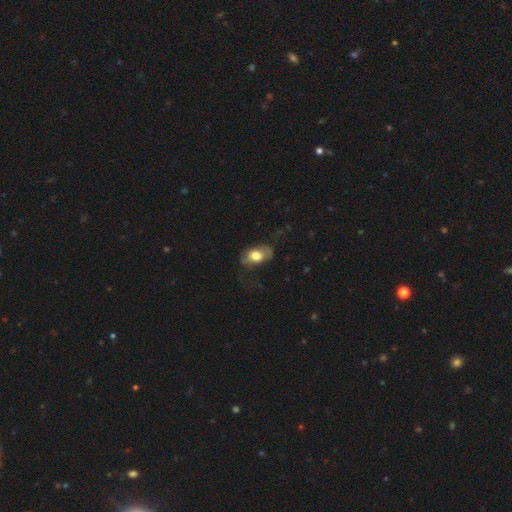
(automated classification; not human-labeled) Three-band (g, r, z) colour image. It shows a smooth galaxy with no disk features (68%) that is in between round and cigar-shaped (84%). Merging: none (55%).